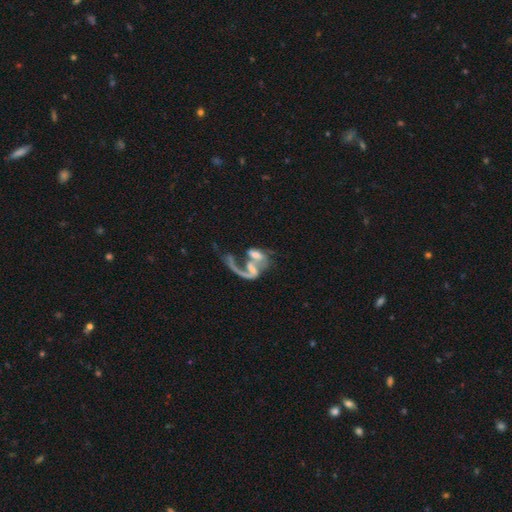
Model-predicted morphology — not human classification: This is likely a featured or disk galaxy (69%). It is clearly not viewed edge-on (95%). Bar: possibly no (45%). Spiral arm pattern: likely yes (67%). Central bulge: marginally small (30%). Merging: possibly merger (58%).